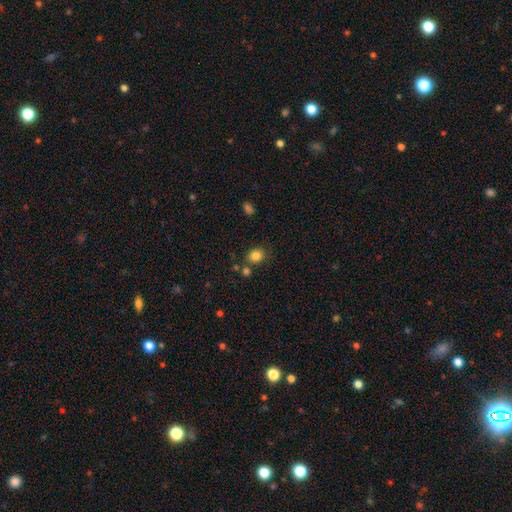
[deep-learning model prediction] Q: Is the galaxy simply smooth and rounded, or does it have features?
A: smooth — 83%.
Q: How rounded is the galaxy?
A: round — 70%.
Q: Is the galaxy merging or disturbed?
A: none — 75%.